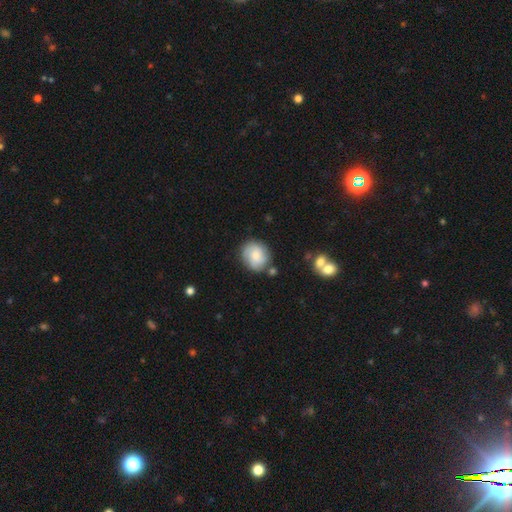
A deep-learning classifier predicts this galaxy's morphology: smooth-or-featured: smooth: 60% | featured or disk: 32% | star or artifact: 8%
  how-rounded: round: 74% | in between: 25% | cigar-shaped: 1%
  merging: none: 75% | minor disturbance: 16% | merger: 5% | major disturbance: 4%